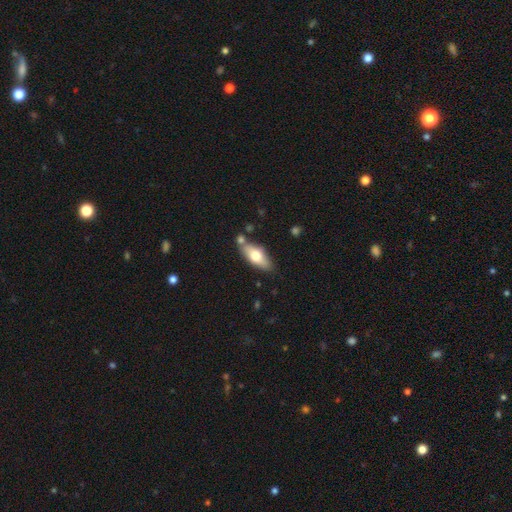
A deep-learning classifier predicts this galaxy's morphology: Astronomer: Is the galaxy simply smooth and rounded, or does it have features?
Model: smooth — 66%.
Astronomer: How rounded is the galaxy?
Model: in between — 79%.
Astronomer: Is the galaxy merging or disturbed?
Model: none — 71%.